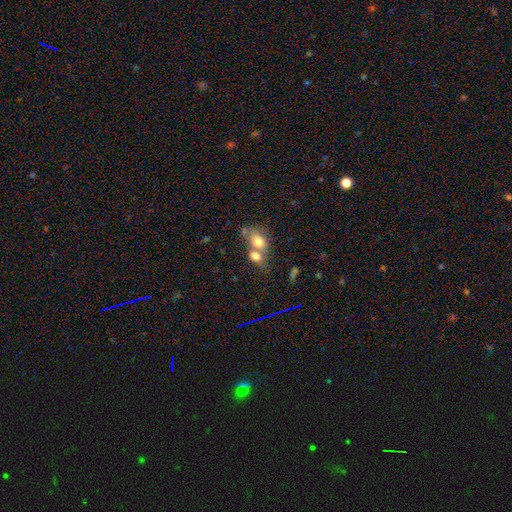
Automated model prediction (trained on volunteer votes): This appears to be a smooth galaxy with no disk features (74%) that is in between round and cigar-shaped (61%). Merging: merger (65%).